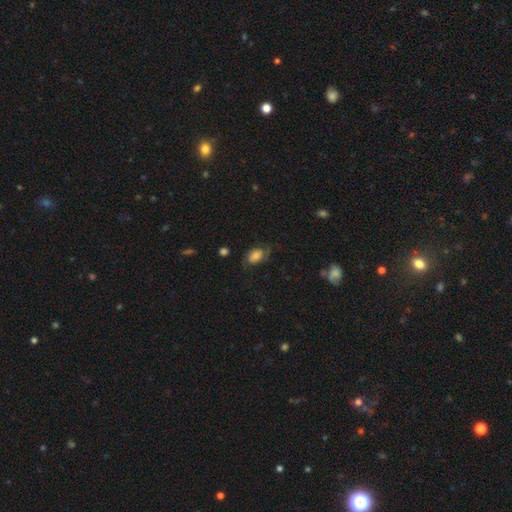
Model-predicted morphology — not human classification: The model was most divided on "smooth or featured": smooth: 51%, featured or disk: 39%, star or artifact: 10%. More confident: how rounded — in between (82%); merging — none (59%).